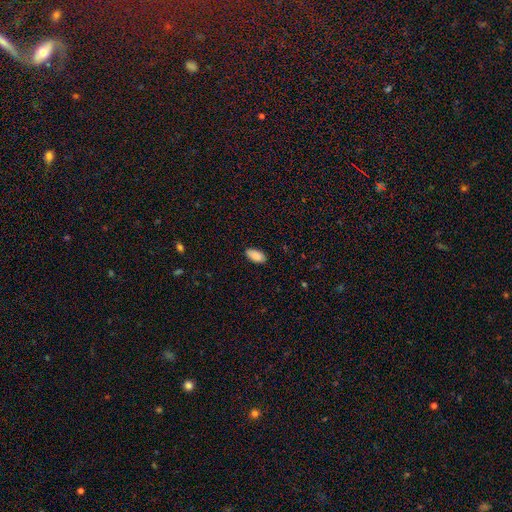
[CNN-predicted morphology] Smooth or featured: smooth — 90% (star or artifact — 7%)
How rounded: in between — 94% (cigar-shaped — 4%)
Merging: none — 87% (minor disturbance — 10%)